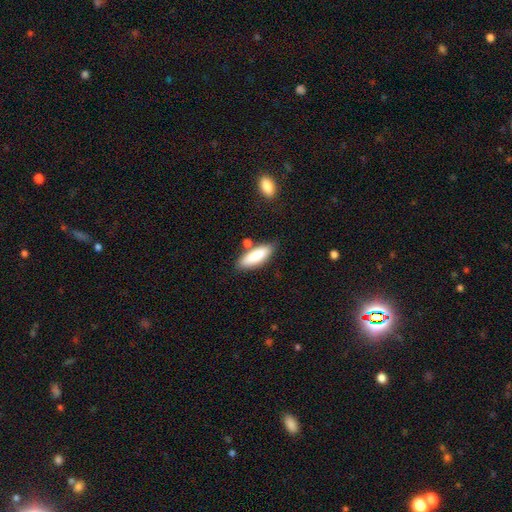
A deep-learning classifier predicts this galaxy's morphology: This appears to be a smooth galaxy with no disk features (86%) that is in between round and cigar-shaped (62%). Merging: none (74%).